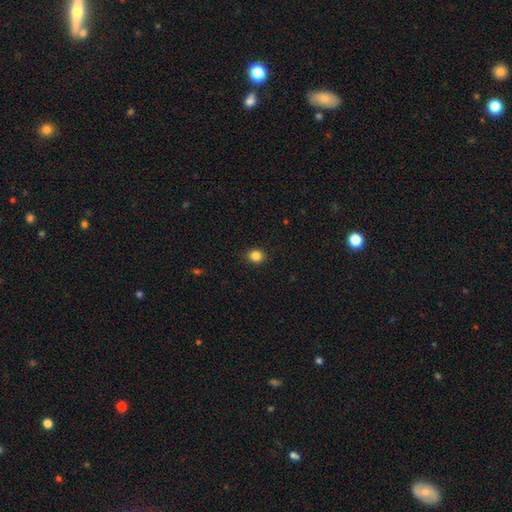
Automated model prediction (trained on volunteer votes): A smooth galaxy with no disk features (85%) that is round (72%). Merging: none (90%).